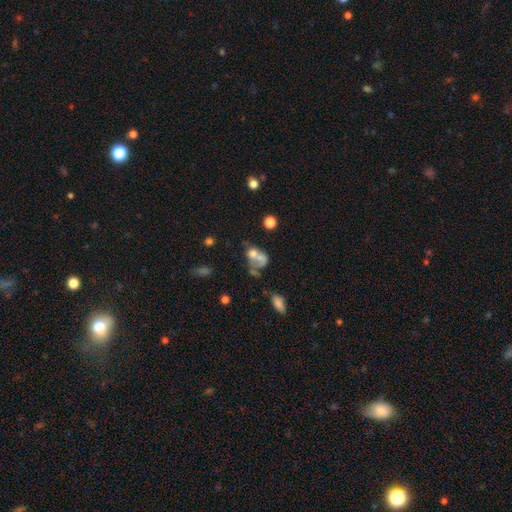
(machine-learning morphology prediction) Smooth or featured? smooth (51%)
How rounded? in between (59%)
Merging? merger (52%)